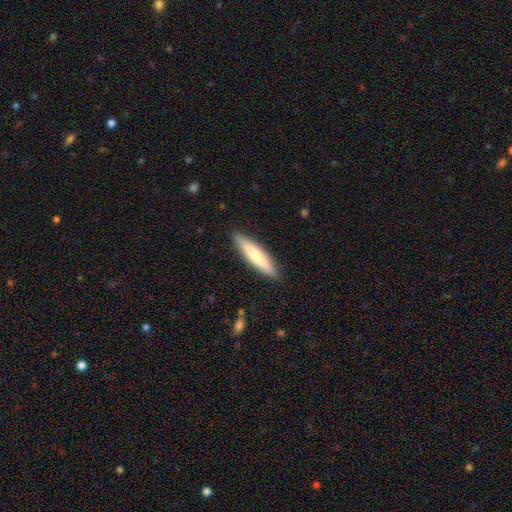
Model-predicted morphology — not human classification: Smooth or featured? smooth (69%)
How rounded? cigar-shaped (82%)
Merging? none (89%)